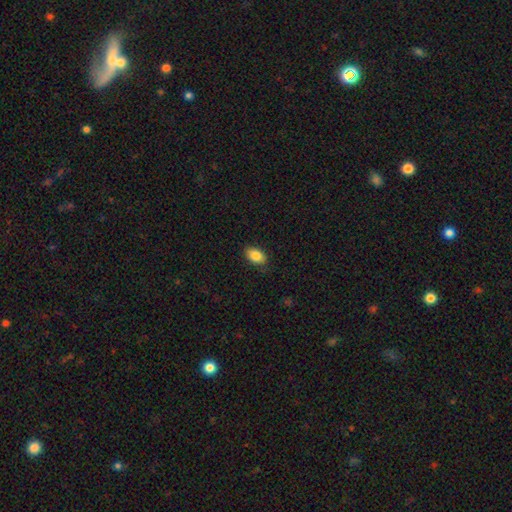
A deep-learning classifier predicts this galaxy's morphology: smooth_or_featured: smooth (p=0.87) [alt: star or artifact p=0.08]
how_rounded: in between (p=0.90) [alt: round p=0.08]
merging: none (p=0.86) [alt: minor disturbance p=0.10]